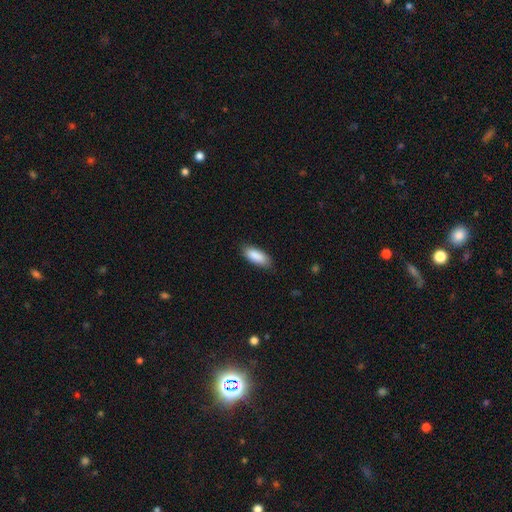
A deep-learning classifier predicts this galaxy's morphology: This is clearly a smooth galaxy (89%). How rounded: likely in between (80%). Merging: clearly none (82%).